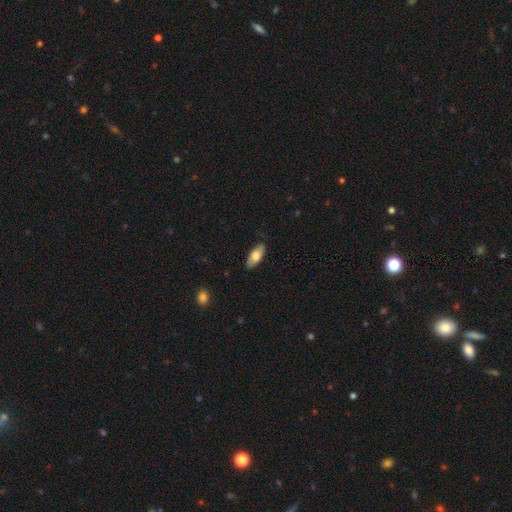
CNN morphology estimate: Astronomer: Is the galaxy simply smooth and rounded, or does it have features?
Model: smooth — 71%.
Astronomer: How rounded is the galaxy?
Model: in between — 82%.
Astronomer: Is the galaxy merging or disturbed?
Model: none — 83%.